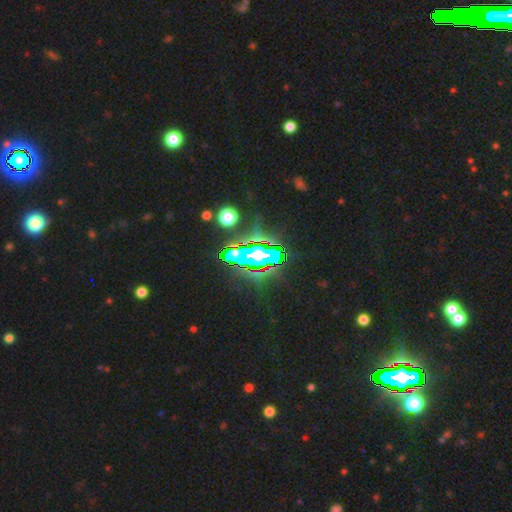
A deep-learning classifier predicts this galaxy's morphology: Smooth or featured? star or artifact (67%)